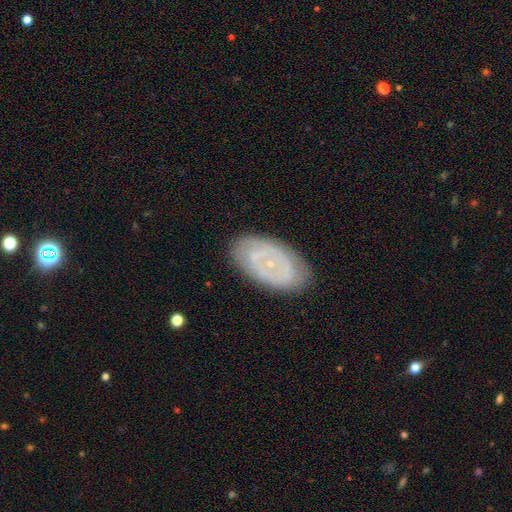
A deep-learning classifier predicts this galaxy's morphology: Smooth or featured? featured or disk (67%)
Edge-on disk? no (94%)
Bar? no (70%)
Spiral arms? yes (60%)
Bulge size? small (80%)
Merging? none (77%)